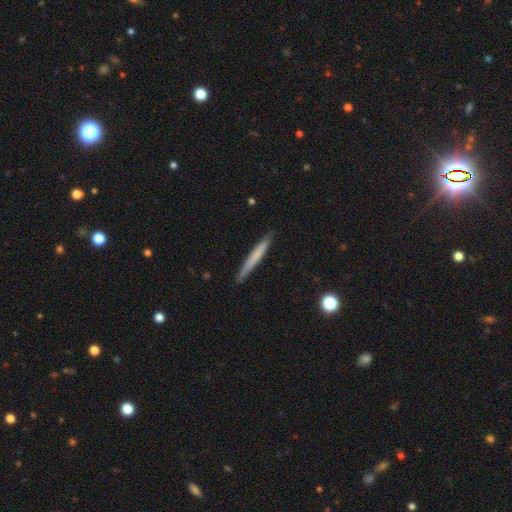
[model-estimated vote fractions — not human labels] smooth-or-featured: smooth: 65% | featured or disk: 29% | star or artifact: 6%
  how-rounded: cigar-shaped: 97% | in between: 2% | round: 1%
  merging: none: 89% | minor disturbance: 8% | major disturbance: 2% | merger: 1%